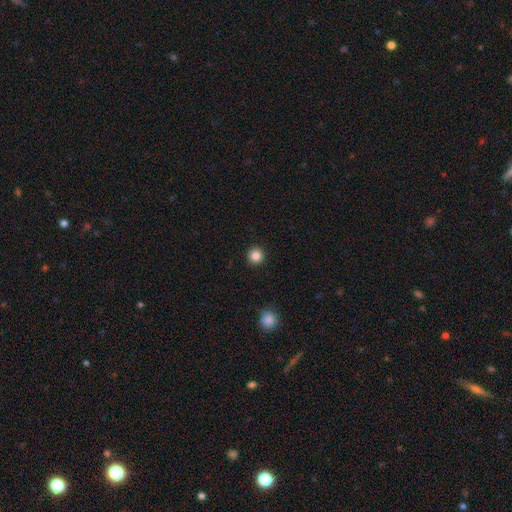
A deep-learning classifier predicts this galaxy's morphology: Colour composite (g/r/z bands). It shows a smooth galaxy with no disk features (85%) that is round (95%). Merging: none (93%).